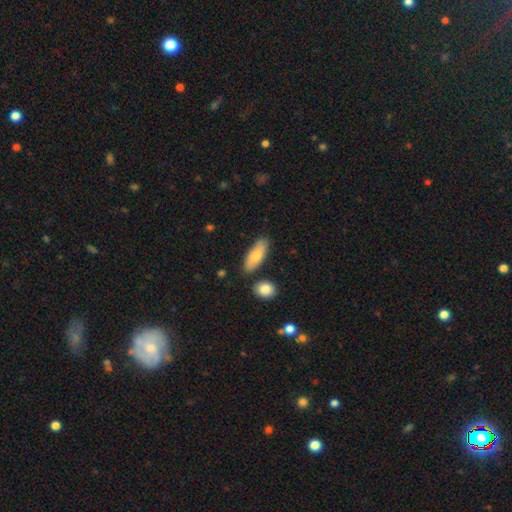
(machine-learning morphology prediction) smooth 76%, featured or disk 18%, star or artifact 6%. Down the decision tree: how rounded — in between (72%); merging — none (80%).